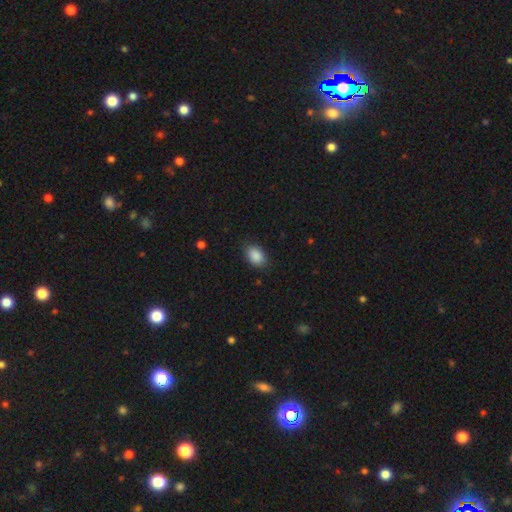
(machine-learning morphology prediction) smooth 88%, star or artifact 8%, featured or disk 4%. Down the decision tree: how rounded — in between (83%); merging — none (82%).